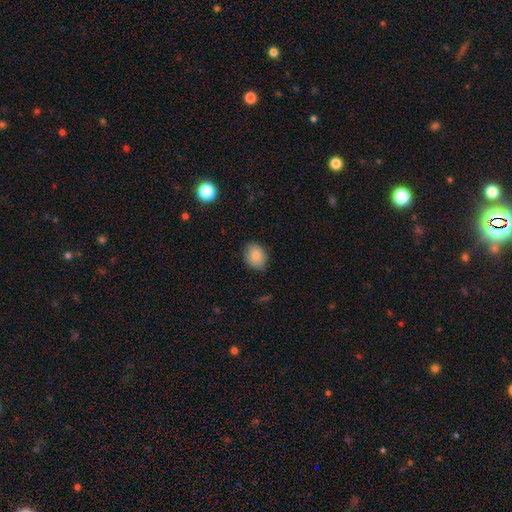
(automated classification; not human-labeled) A smooth galaxy with no disk features (85%) that is in between round and cigar-shaped (50%). Merging: none (80%).